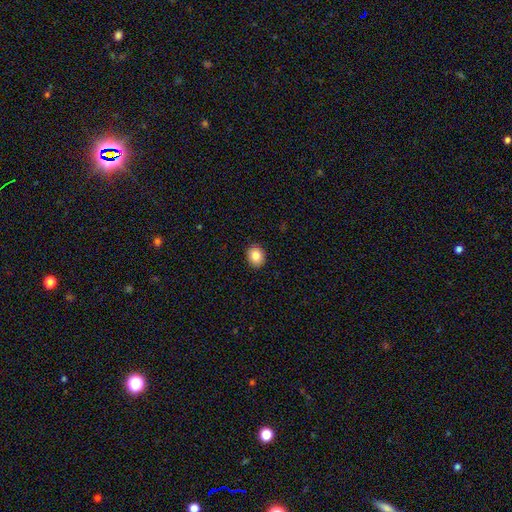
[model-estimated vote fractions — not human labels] Smooth or featured?
  - smooth: 84% *
  - star or artifact: 9%
  - featured or disk: 8%
How rounded?
  - round: 57% *
  - in between: 42%
  - cigar-shaped: 1%
Merging?
  - none: 90% *
  - minor disturbance: 8%
  - major disturbance: 2%
  - merger: 1%